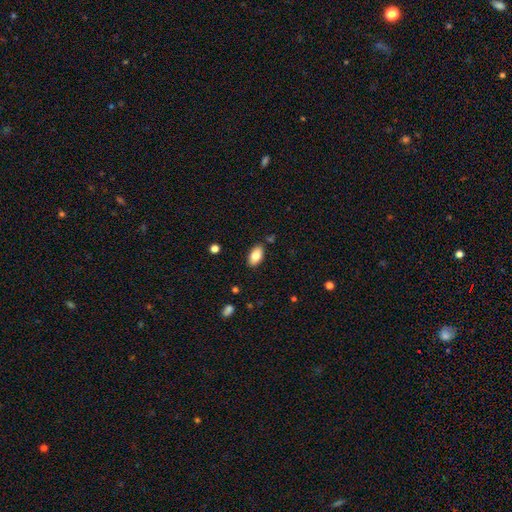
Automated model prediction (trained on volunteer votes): Smooth or featured? Predicted: smooth (p=0.82). How rounded? Predicted: in between (p=0.93). Merging? Predicted: none (p=0.86).